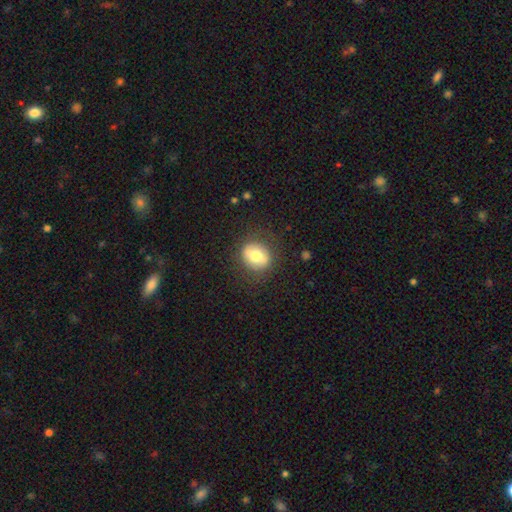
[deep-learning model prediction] Smooth or featured?
  - smooth: 68% *
  - featured or disk: 24%
  - star or artifact: 8%
How rounded?
  - round: 68% *
  - in between: 31%
  - cigar-shaped: 1%
Merging?
  - none: 81% *
  - minor disturbance: 12%
  - major disturbance: 5%
  - merger: 1%